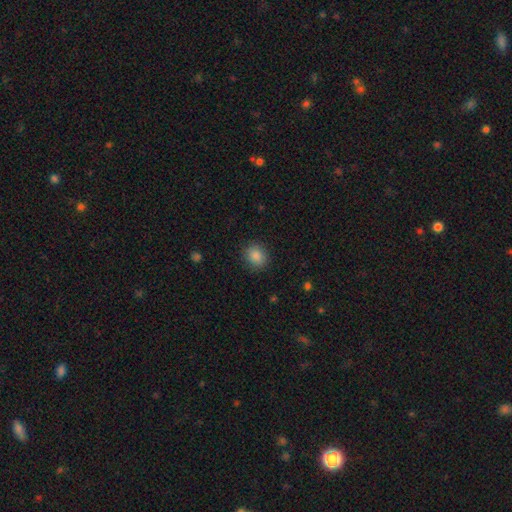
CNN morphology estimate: Smooth or featured: smooth — 86% (star or artifact — 9%)
How rounded: round — 73% (in between — 26%)
Merging: none — 88% (minor disturbance — 8%)